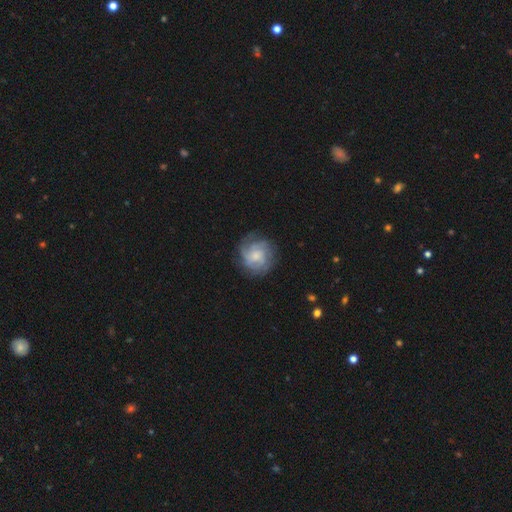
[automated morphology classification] Smooth or featured? featured or disk (61%)
Edge-on disk? no (98%)
Bar? no (71%)
Spiral arms? yes (87%)
Spiral winding? tight (55%)
Spiral arm count? can't tell (43%)
Bulge size? moderate (44%)
Merging? none (75%)